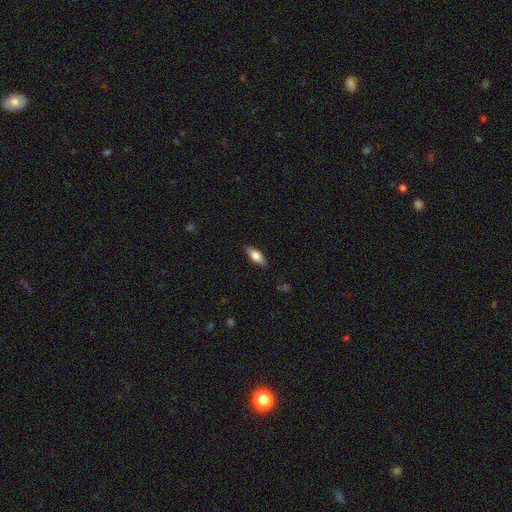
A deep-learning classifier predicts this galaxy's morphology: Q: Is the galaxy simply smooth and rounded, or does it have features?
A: smooth — 72%.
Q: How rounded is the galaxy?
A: in between — 77%.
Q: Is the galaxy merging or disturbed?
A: none — 85%.